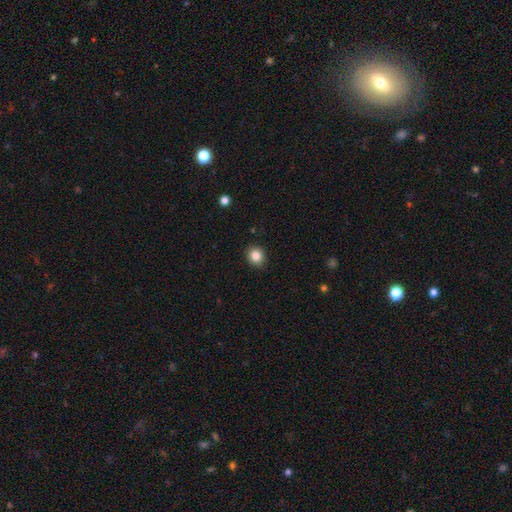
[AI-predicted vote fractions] Smooth or featured? Predicted: smooth (p=0.85). How rounded? Predicted: round (p=0.71). Merging? Predicted: none (p=0.90).